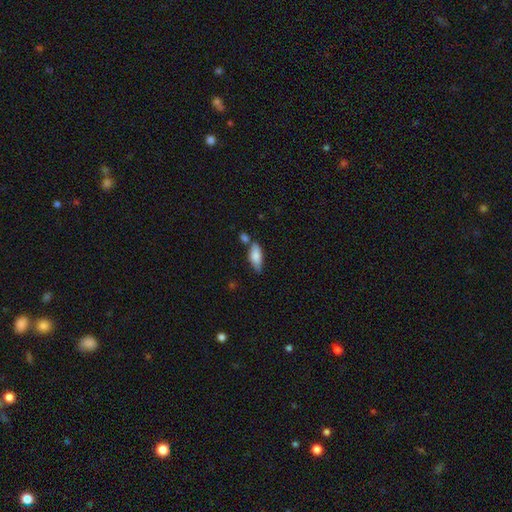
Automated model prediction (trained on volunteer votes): smooth-or-featured: smooth: 80% | featured or disk: 13% | star or artifact: 7%
  how-rounded: in between: 77% | cigar-shaped: 21% | round: 2%
  merging: none: 50% | minor disturbance: 25% | merger: 18% | major disturbance: 7%